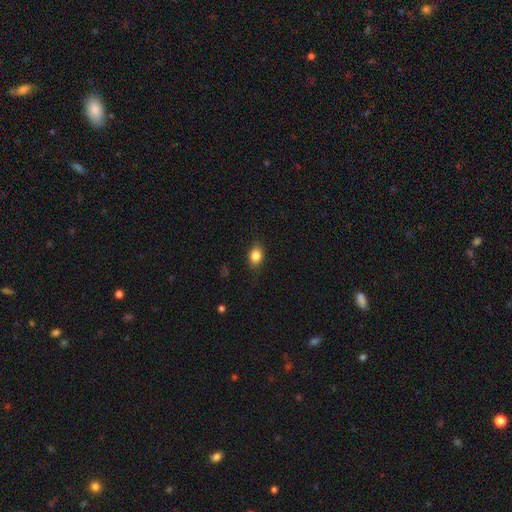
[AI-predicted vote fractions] This appears to be a smooth galaxy with no disk features (84%) that is in between round and cigar-shaped (67%). Merging: none (82%).